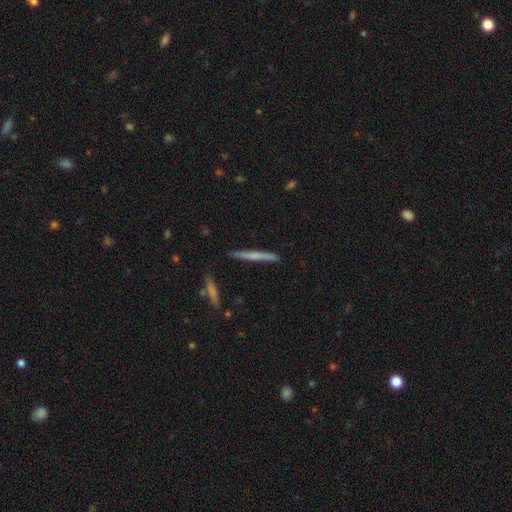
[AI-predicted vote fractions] smooth 53%, featured or disk 41%, star or artifact 6%. Down the decision tree: how rounded — cigar-shaped (96%); merging — none (88%).